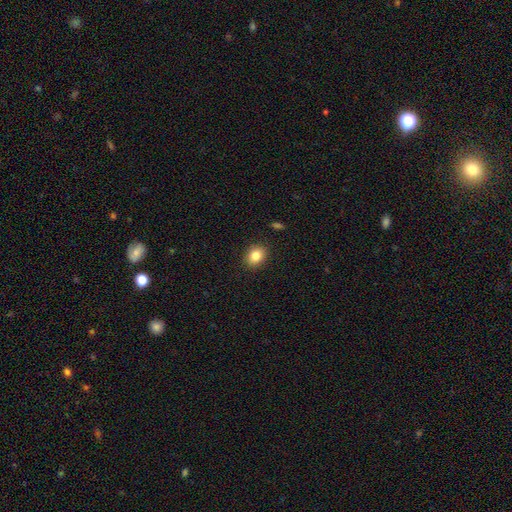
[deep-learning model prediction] Smooth or featured? smooth (83%)
How rounded? round (52%)
Merging? none (89%)